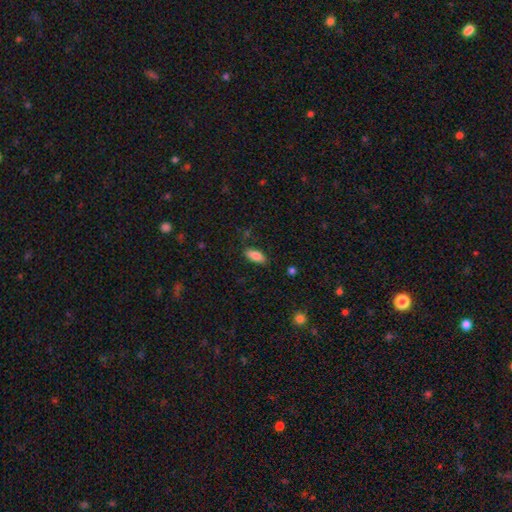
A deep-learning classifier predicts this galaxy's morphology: Smooth or featured? Predicted: smooth (p=0.82). How rounded? Predicted: in between (p=0.85). Merging? Predicted: none (p=0.82).